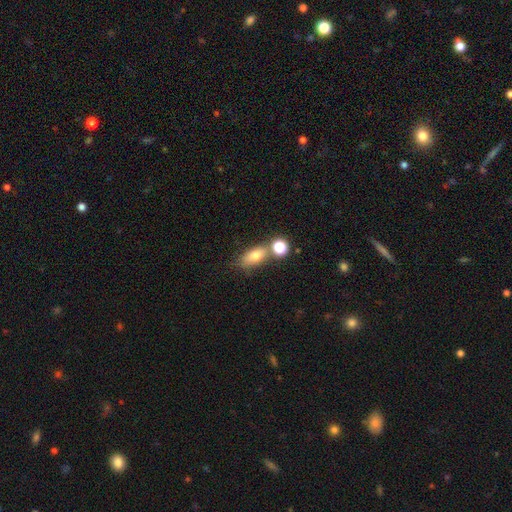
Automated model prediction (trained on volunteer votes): smooth 74%, featured or disk 15%, star or artifact 11%. Down the decision tree: how rounded — in between (75%); merging — none (55%).